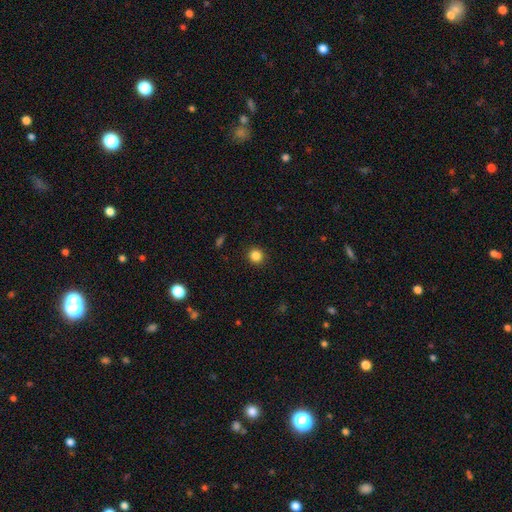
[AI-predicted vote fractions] This appears to be a smooth galaxy with no disk features (85%) that is round (93%). Merging: none (91%).